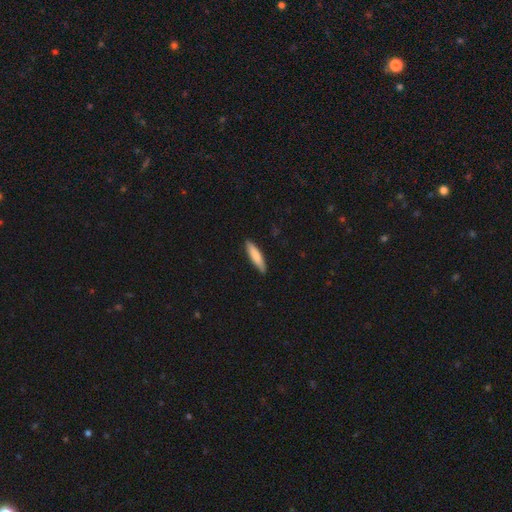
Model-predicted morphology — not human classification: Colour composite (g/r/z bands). It shows a smooth galaxy with no disk features (80%) that is cigar-shaped (79%). Merging: none (89%).